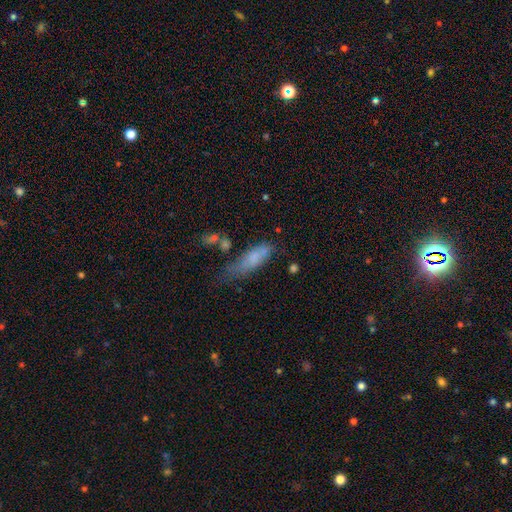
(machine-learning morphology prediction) This is likely a smooth galaxy (68%). How rounded: possibly in between (51%). Merging: marginally none (41%).